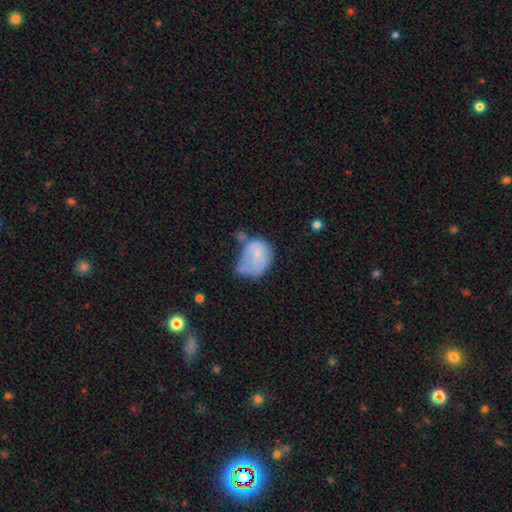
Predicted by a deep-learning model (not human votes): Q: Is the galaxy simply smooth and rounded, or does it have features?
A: smooth — 64%.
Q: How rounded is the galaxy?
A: in between — 57%.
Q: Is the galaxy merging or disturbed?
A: major disturbance — 32%.